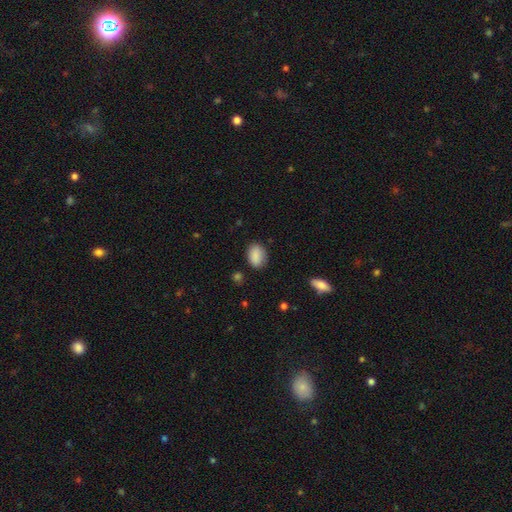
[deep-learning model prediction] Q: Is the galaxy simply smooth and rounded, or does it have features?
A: smooth — 88%.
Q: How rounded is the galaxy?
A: in between — 76%.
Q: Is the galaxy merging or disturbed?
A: none — 79%.